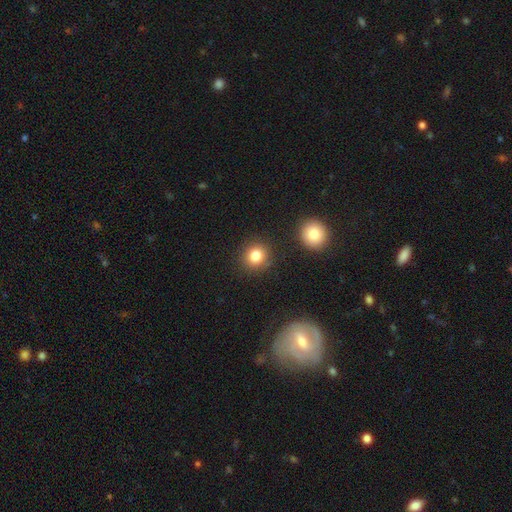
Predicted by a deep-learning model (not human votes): A smooth galaxy with no disk features (83%) that is round (88%).

Vote fractions:
- Smooth or featured? smooth: 83% / star or artifact: 11% / featured or disk: 6%
- How rounded? round: 88% / in between: 11% / cigar-shaped: 1%
- Merging? none: 87% / minor disturbance: 7% / merger: 4% / major disturbance: 3%